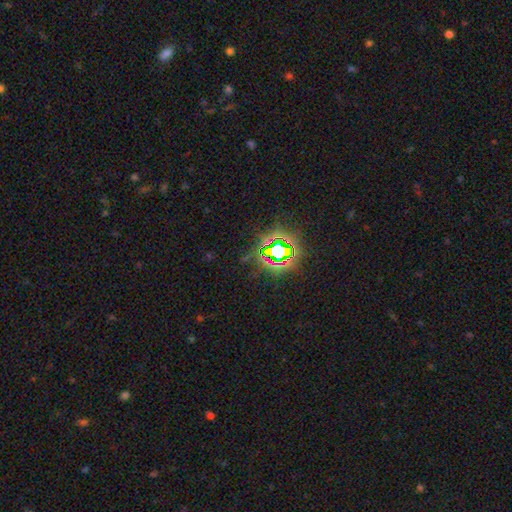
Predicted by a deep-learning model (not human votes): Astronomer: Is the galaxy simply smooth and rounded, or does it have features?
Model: star or artifact — 80%.